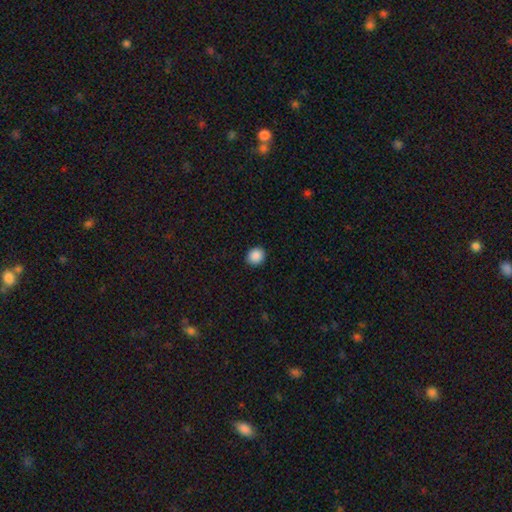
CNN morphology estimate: Smooth or featured?
  - smooth: 89% *
  - star or artifact: 9%
  - featured or disk: 3%
How rounded?
  - round: 68% *
  - in between: 31%
  - cigar-shaped: 1%
Merging?
  - none: 90% *
  - minor disturbance: 7%
  - major disturbance: 2%
  - merger: 1%